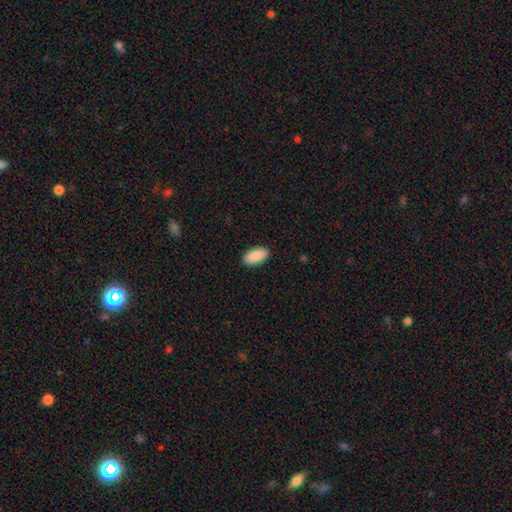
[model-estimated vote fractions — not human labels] Overall: smooth (91%). How rounded: in between (93%). Merging: none (90%).